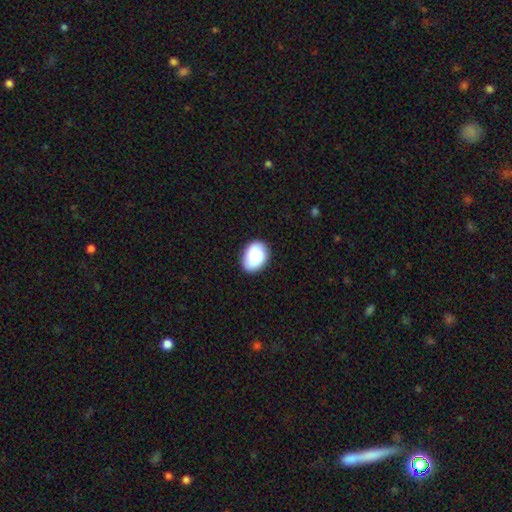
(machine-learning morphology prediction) type=smooth (89%); roundness=in between (80%); merging=none (85%).